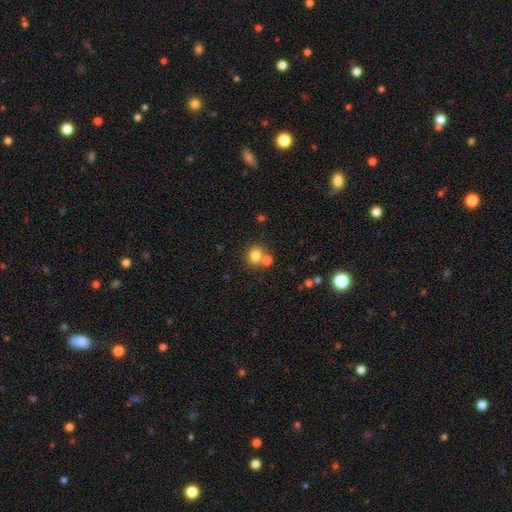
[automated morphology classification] smooth-or-featured: smooth: 79% | star or artifact: 12% | featured or disk: 9%
  how-rounded: round: 77% | in between: 22% | cigar-shaped: 1%
  merging: none: 58% | merger: 31% | minor disturbance: 8% | major disturbance: 3%